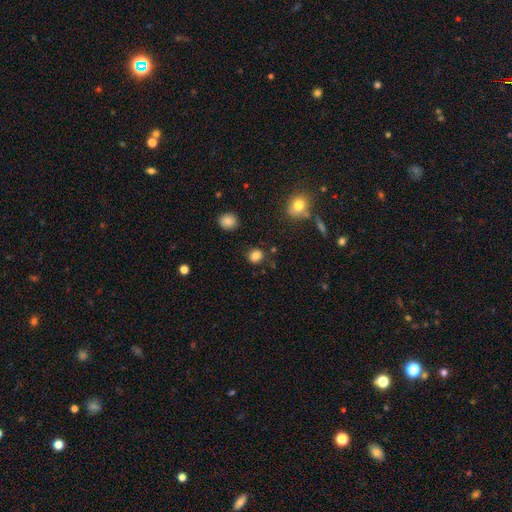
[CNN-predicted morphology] type=smooth (83%); roundness=round (84%); merging=none (85%).